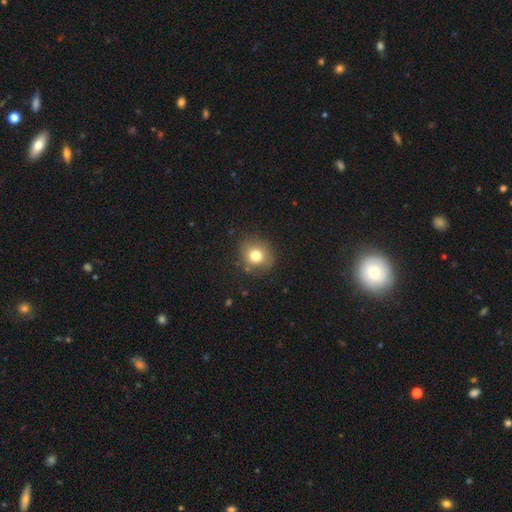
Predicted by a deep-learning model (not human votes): Q: Smooth or featured?
A: smooth (77%); runner-up: star or artifact (12%)
Q: How rounded?
A: round (82%); runner-up: in between (17%)
Q: Merging?
A: none (84%); runner-up: minor disturbance (11%)